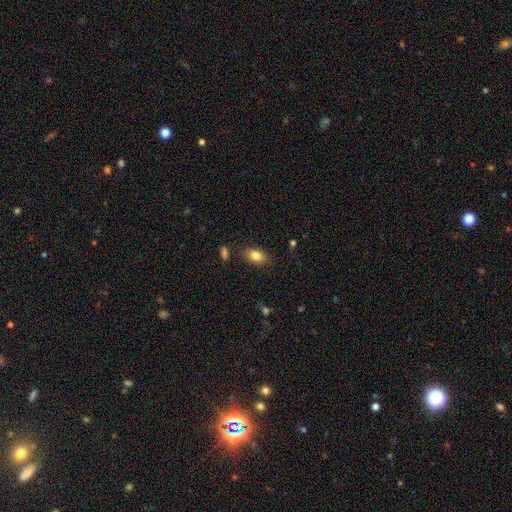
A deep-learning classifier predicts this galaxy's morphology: type=smooth (82%); roundness=in between (86%); merging=none (82%).